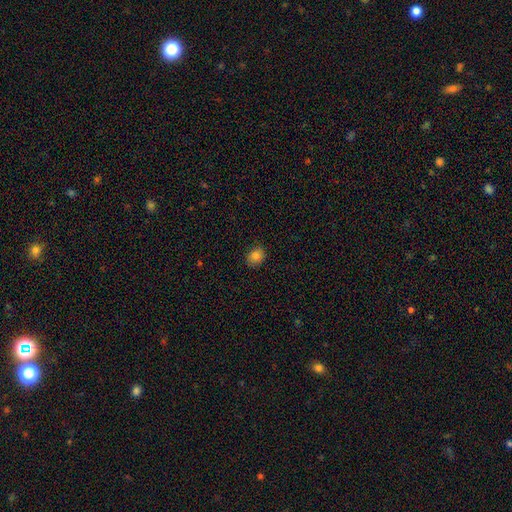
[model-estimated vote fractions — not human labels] Morphology: type=smooth (83%); roundness=in between (51%); merging=none (88%).